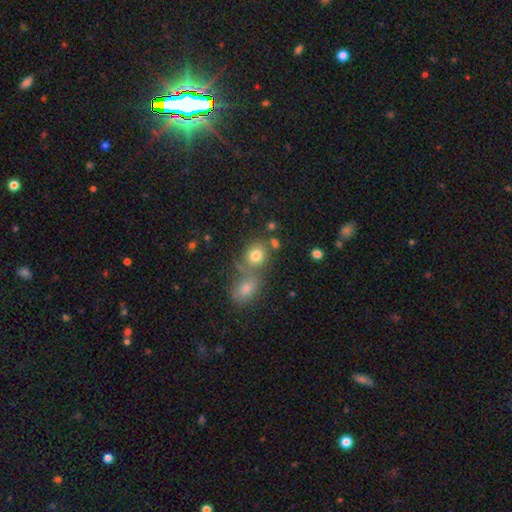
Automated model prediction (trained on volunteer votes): Q: Smooth or featured?
A: smooth (78%); runner-up: star or artifact (12%)
Q: How rounded?
A: round (65%); runner-up: in between (33%)
Q: Merging?
A: none (50%); runner-up: merger (35%)